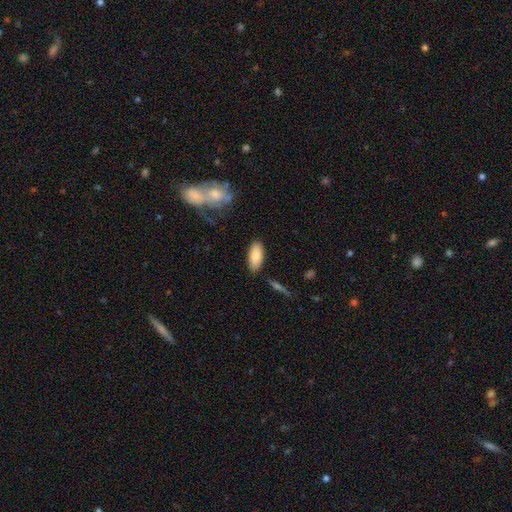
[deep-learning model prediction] Overall: smooth (82%). How rounded: in between (87%). Merging: none (83%).